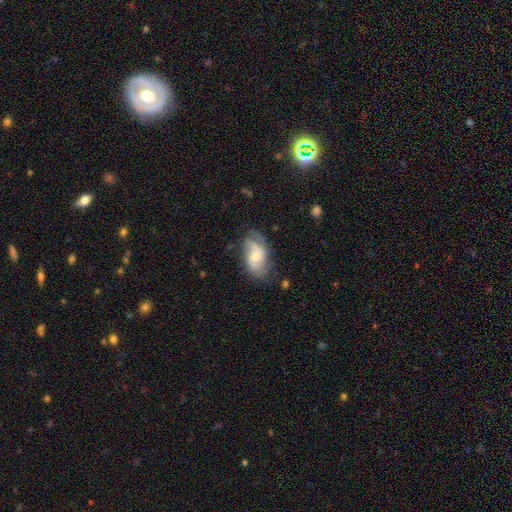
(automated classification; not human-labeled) Smooth or featured?
  - featured or disk: 61% *
  - smooth: 31%
  - star or artifact: 7%
Edge-on disk?
  - no: 96% *
  - yes: 4%
Bar?
  - no: 54% *
  - weak: 38%
  - strong: 8%
Spiral arms?
  - yes: 86% *
  - no: 14%
Spiral winding?
  - medium: 44% *
  - loose: 35%
  - tight: 20%
Spiral arm count?
  - 2: 61% *
  - can't tell: 19%
  - 3: 9%
  - 1: 6%
  - 4: 2%
  - more than 4: 2%
Bulge size?
  - moderate: 44% *
  - small: 37%
  - large: 9%
  - none: 8%
  - dominant: 2%
Merging?
  - none: 56% *
  - minor disturbance: 27%
  - major disturbance: 15%
  - merger: 3%